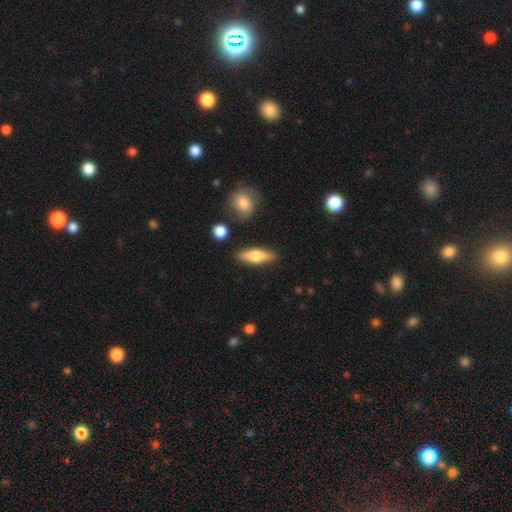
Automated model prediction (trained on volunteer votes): This is possibly a smooth galaxy (59%). How rounded: possibly cigar-shaped (49%). Merging: clearly none (86%).